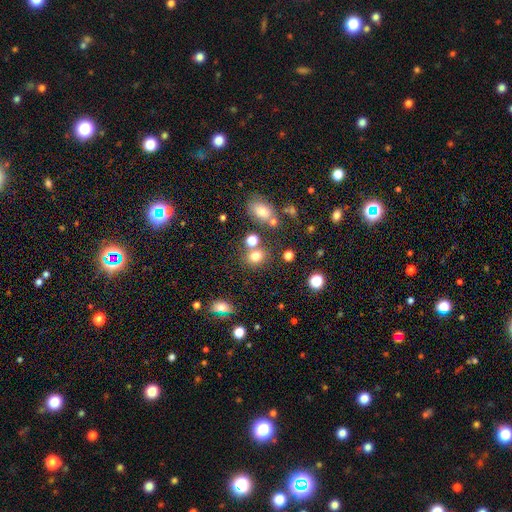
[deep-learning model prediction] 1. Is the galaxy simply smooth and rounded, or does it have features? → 73% smooth, 19% star or artifact, 8% featured or disk.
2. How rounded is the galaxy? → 65% round, 34% in between, 1% cigar-shaped.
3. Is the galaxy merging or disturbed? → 66% none, 17% merger, 12% minor disturbance, 5% major disturbance.